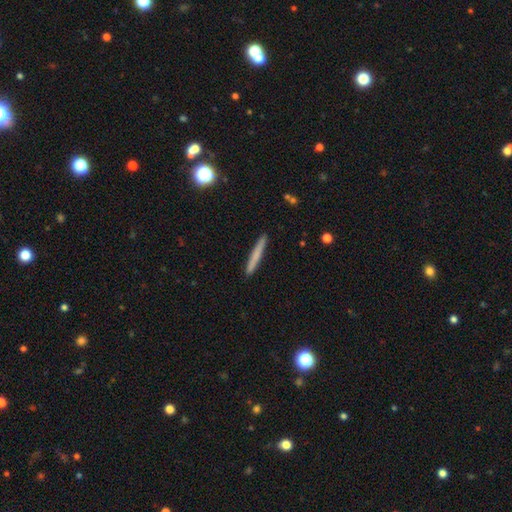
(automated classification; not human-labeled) This appears to be a smooth galaxy with no disk features (66%) that is cigar-shaped (97%). Merging: none (92%).